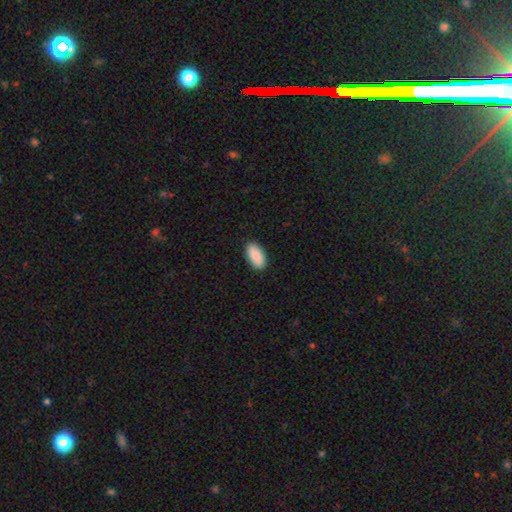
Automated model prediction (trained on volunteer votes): The model was most divided on "merging": none: 89%, minor disturbance: 8%, major disturbance: 2%, merger: 1%. More confident: how rounded — in between (94%); smooth or featured — smooth (90%).